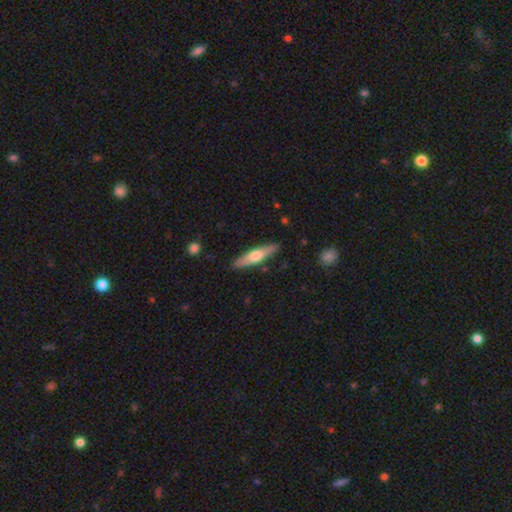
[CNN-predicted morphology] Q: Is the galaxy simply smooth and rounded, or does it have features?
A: smooth — 50%.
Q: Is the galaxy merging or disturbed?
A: none — 88%.